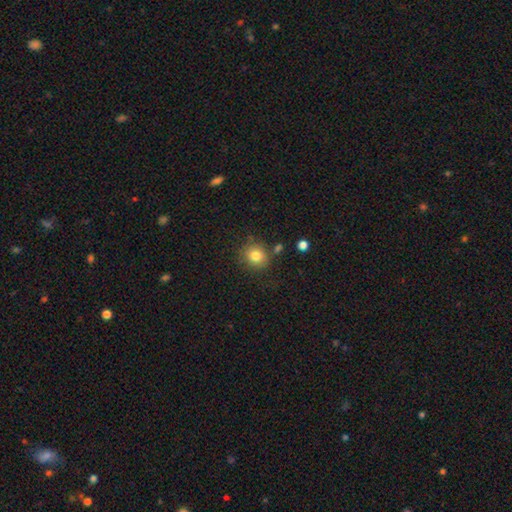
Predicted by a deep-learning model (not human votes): This appears to be a smooth galaxy with no disk features (81%) that is round (83%). Merging: none (79%).